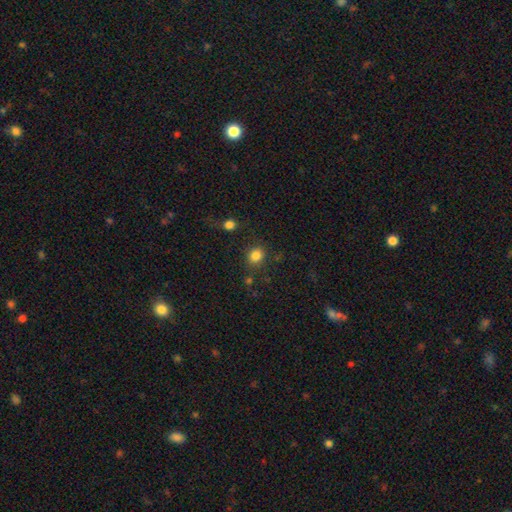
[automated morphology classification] Smooth or featured: smooth — 83% (star or artifact — 12%)
How rounded: round — 72% (in between — 27%)
Merging: none — 78% (minor disturbance — 11%)